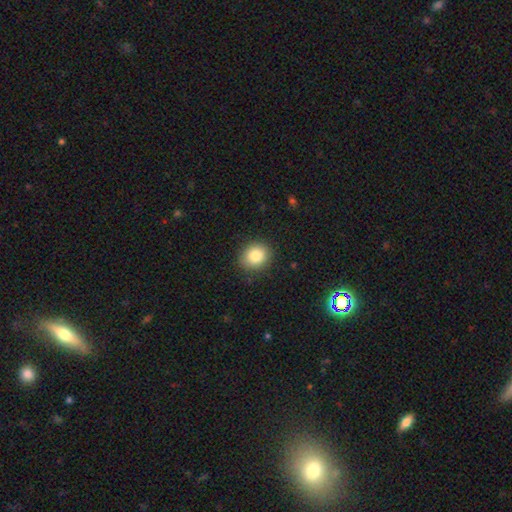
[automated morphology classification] Smooth or featured? smooth (84%)
How rounded? round (72%)
Merging? none (87%)